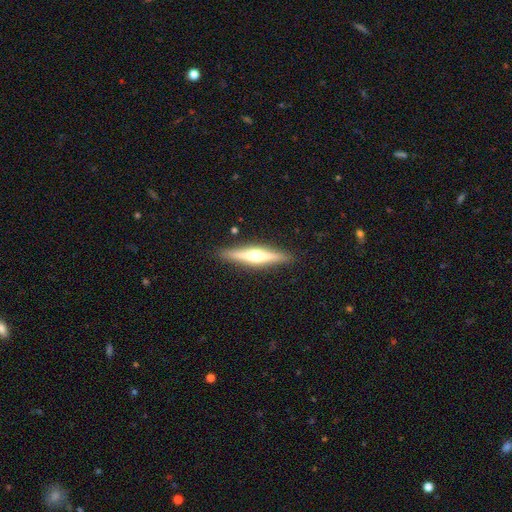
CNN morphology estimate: A featured or disk galaxy (68%) viewed edge-on (97%) with a rounded central bulge (92%).

Vote fractions:
- Smooth or featured? featured or disk: 68% / smooth: 26% / star or artifact: 5%
- Edge-on disk? yes: 97% / no: 3%
- Edge-on bulge? rounded: 92% / none: 4% / boxy: 4%
- Merging? none: 90% / minor disturbance: 7% / major disturbance: 2% / merger: 1%